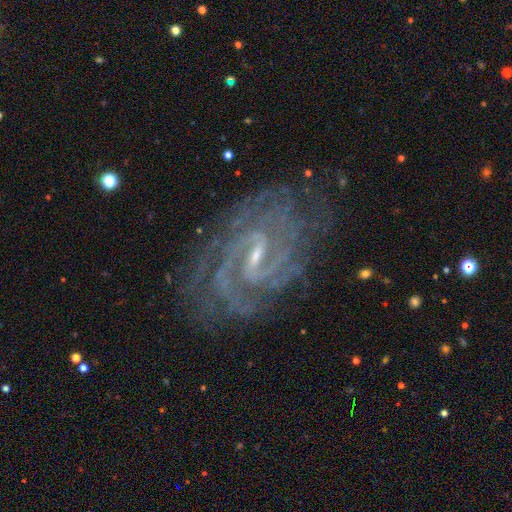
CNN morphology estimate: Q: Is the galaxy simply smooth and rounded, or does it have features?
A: featured or disk — 88%.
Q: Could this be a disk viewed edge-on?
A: no — 97%.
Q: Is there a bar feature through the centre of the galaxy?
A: weak — 46%.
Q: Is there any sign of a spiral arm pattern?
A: yes — 98%.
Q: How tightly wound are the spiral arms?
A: tight — 64%.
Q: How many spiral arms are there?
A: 2 — 38%.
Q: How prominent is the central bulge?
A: small — 74%.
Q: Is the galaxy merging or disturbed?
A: none — 79%.